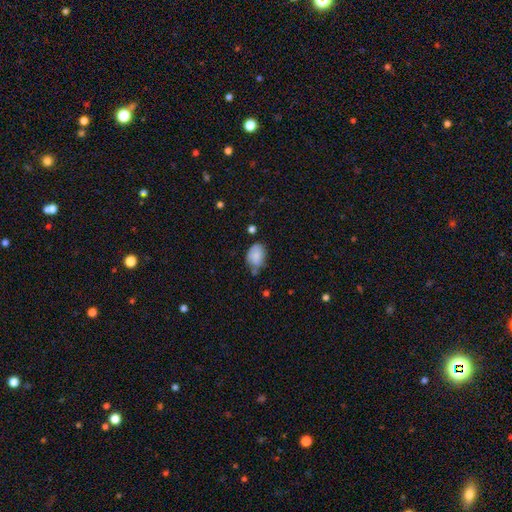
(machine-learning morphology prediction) A smooth galaxy with no disk features (84%) that is in between round and cigar-shaped (81%). Merging: none (51%).